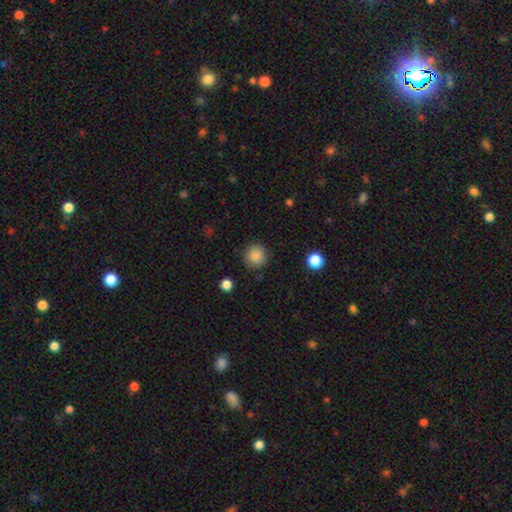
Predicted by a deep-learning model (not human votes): A smooth galaxy with no disk features (87%) that is round (93%). Merging: none (88%).